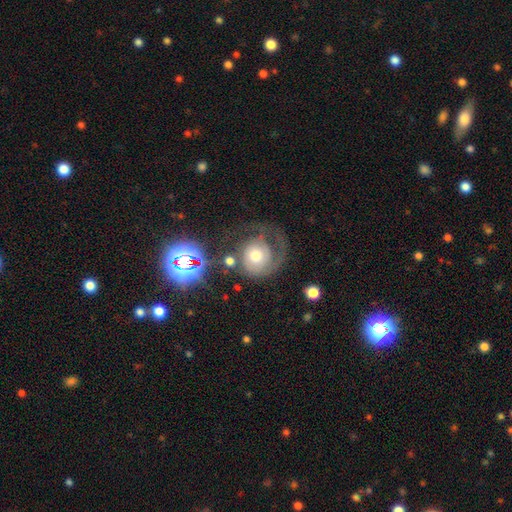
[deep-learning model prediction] A featured or disk galaxy (58%) with no bar (80%), spiral arms (79%) and a moderate central bulge (60%).

Vote fractions:
- Smooth or featured? featured or disk: 58% / smooth: 31% / star or artifact: 10%
- Edge-on disk? no: 97% / yes: 3%
- Bar? no: 80% / weak: 17% / strong: 4%
- Spiral arms? yes: 79% / no: 21%
- Bulge size? moderate: 60% / large: 23% / small: 11% / dominant: 3% / none: 2%
- Merging? none: 39% / major disturbance: 38% / minor disturbance: 17% / merger: 7%